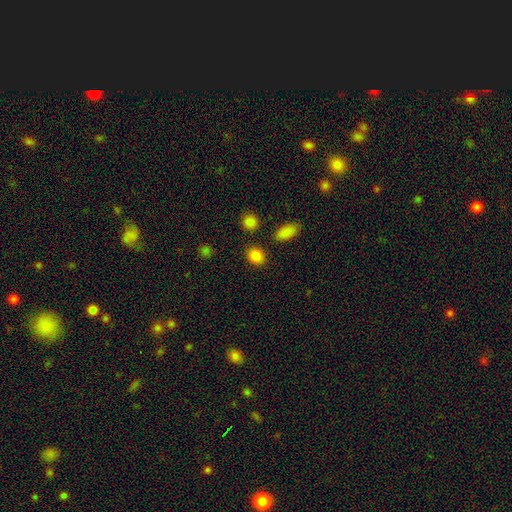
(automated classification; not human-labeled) This is clearly a smooth galaxy (86%). How rounded: possibly round (52%). Merging: clearly none (85%).